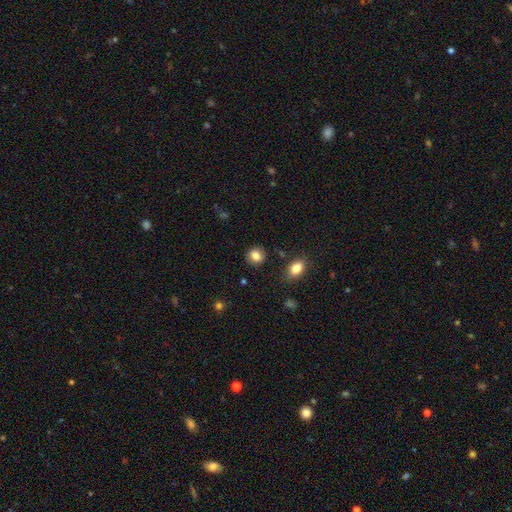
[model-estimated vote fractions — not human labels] Q: Smooth or featured?
A: smooth (84%); runner-up: star or artifact (10%)
Q: How rounded?
A: round (79%); runner-up: in between (20%)
Q: Merging?
A: none (87%); runner-up: minor disturbance (9%)